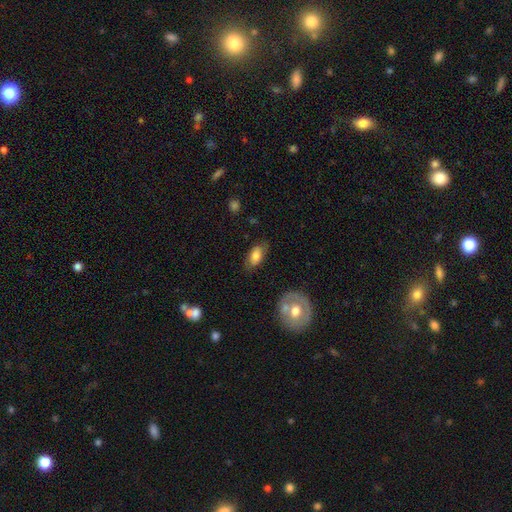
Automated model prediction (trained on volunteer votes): Smooth or featured? Predicted: smooth (p=0.71). How rounded? Predicted: in between (p=0.88). Merging? Predicted: none (p=0.73).